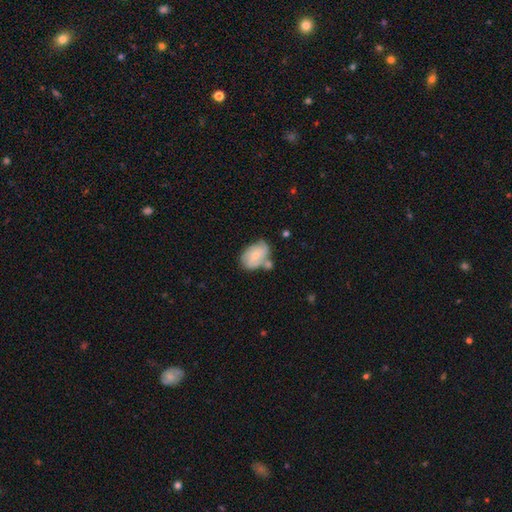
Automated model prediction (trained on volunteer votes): Smooth or featured? Predicted: smooth (p=0.63). How rounded? Predicted: in between (p=0.86). Merging? Predicted: none (p=0.42).